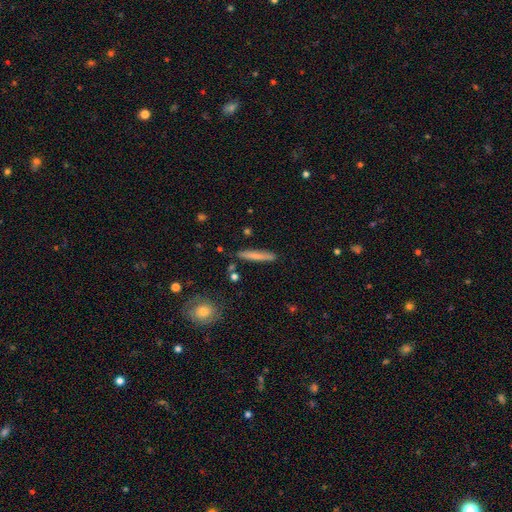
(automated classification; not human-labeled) smooth-or-featured: smooth: 70% | featured or disk: 24% | star or artifact: 6%
  how-rounded: cigar-shaped: 94% | in between: 4% | round: 2%
  merging: none: 87% | minor disturbance: 9% | merger: 3% | major disturbance: 2%